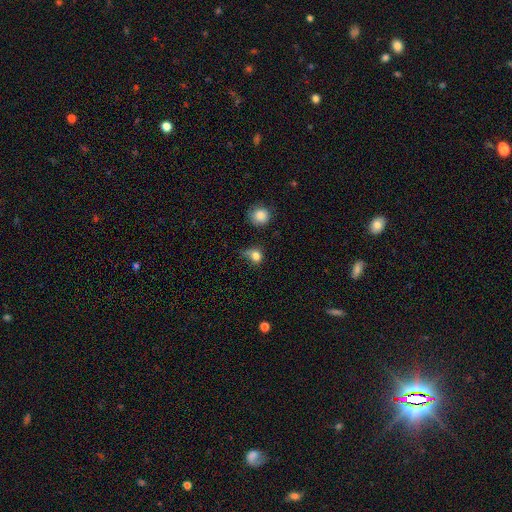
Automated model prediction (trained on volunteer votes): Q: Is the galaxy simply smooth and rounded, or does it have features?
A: smooth — 79%.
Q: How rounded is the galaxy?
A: round — 67%.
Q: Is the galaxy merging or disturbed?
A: none — 39%.